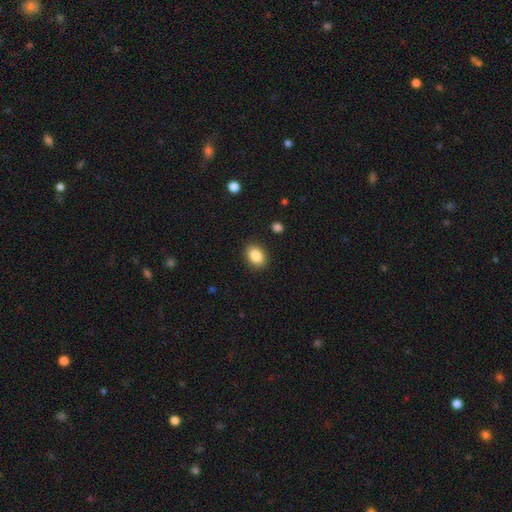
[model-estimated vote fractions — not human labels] smooth 88%, star or artifact 8%, featured or disk 4%. Down the decision tree: how rounded — in between (76%); merging — none (89%).